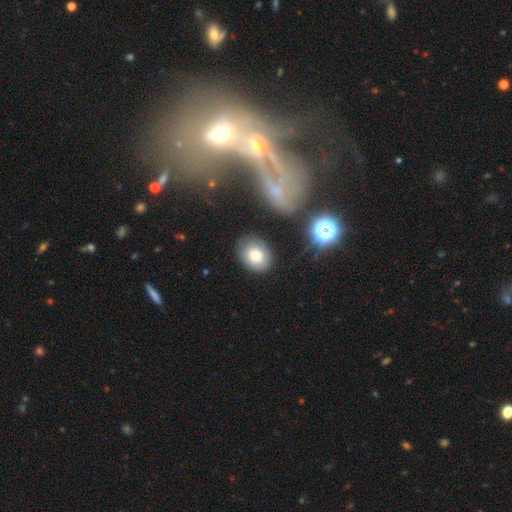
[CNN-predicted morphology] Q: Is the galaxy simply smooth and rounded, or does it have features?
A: smooth — 76%.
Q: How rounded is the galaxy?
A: in between — 60%.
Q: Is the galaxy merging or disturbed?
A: none — 76%.